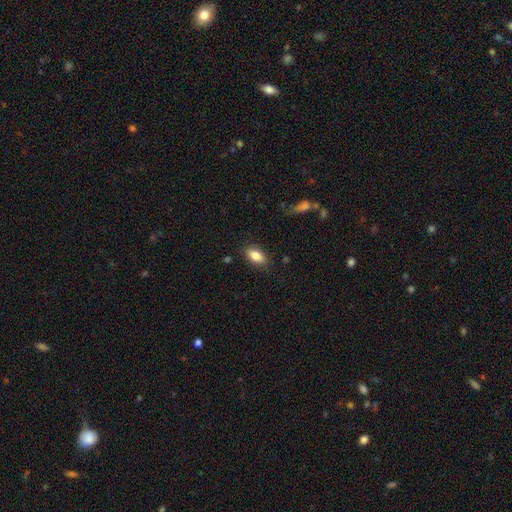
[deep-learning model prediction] Smooth or featured? Predicted: smooth (p=0.83). How rounded? Predicted: in between (p=0.88). Merging? Predicted: none (p=0.84).